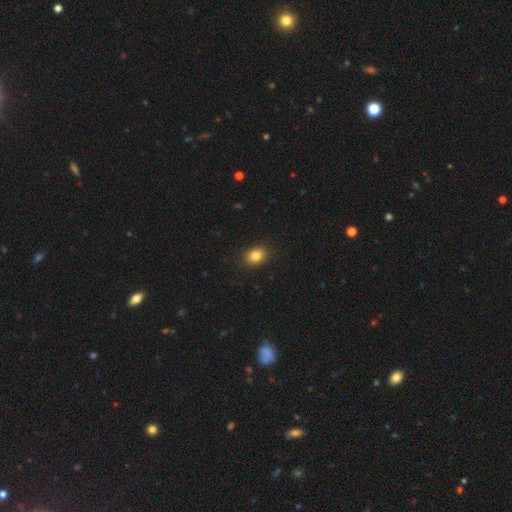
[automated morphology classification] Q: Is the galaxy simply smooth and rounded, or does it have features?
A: smooth — 83%.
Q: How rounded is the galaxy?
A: in between — 58%.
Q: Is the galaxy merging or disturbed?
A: none — 89%.